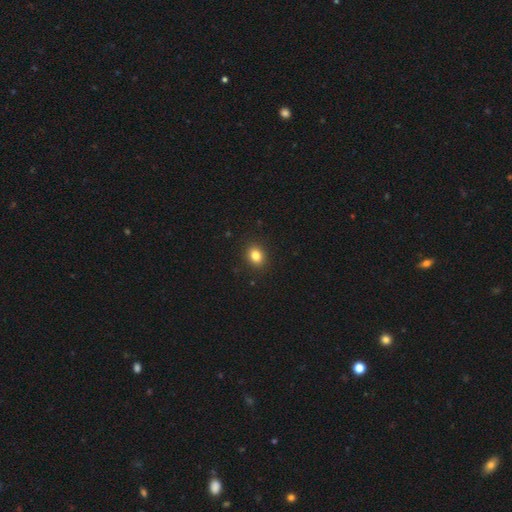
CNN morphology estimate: The model was most divided on "how rounded": round: 50%, in between: 49%, cigar-shaped: 1%. More confident: merging — none (91%); smooth or featured — smooth (83%).